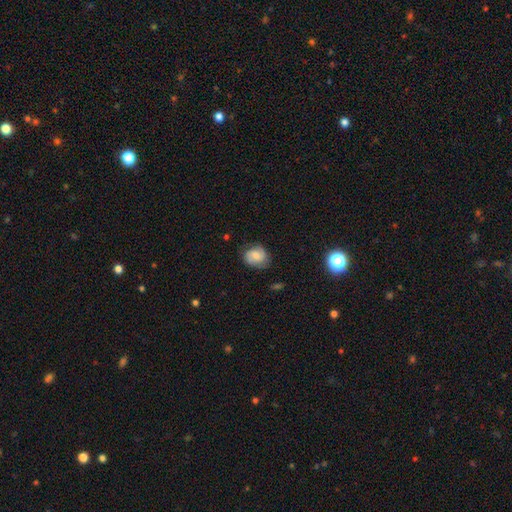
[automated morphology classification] smooth_or_featured: smooth (p=0.56) [alt: featured or disk p=0.35]
how_rounded: round (p=0.52) [alt: in between p=0.47]
merging: none (p=0.69) [alt: minor disturbance p=0.23]